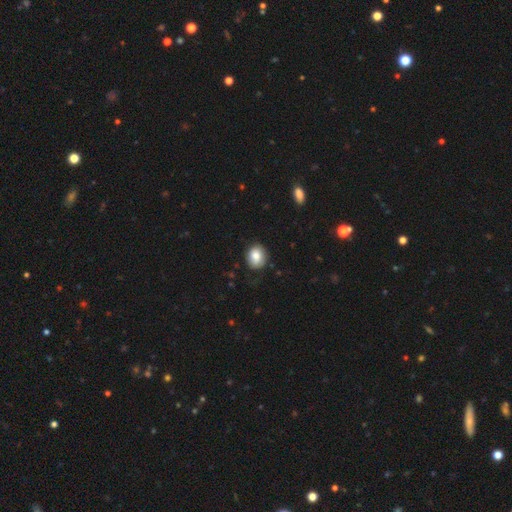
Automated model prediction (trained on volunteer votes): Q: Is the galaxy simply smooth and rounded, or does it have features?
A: smooth — 82%.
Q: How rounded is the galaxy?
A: round — 62%.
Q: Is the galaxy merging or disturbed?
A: none — 80%.